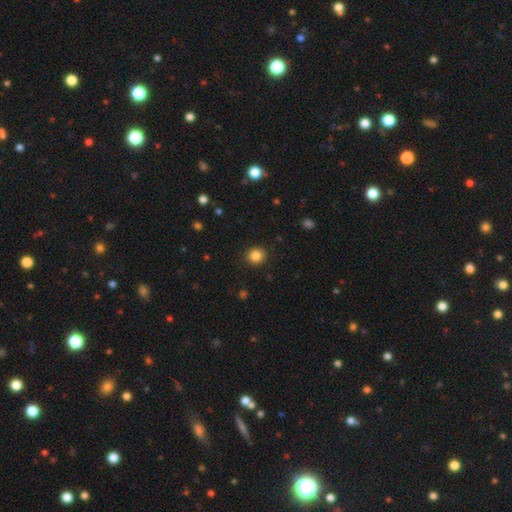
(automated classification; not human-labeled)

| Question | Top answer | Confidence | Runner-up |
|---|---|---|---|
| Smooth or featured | smooth | 85% | star or artifact (11%) |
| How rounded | round | 89% | in between (10%) |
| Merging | none | 91% | minor disturbance (6%) |